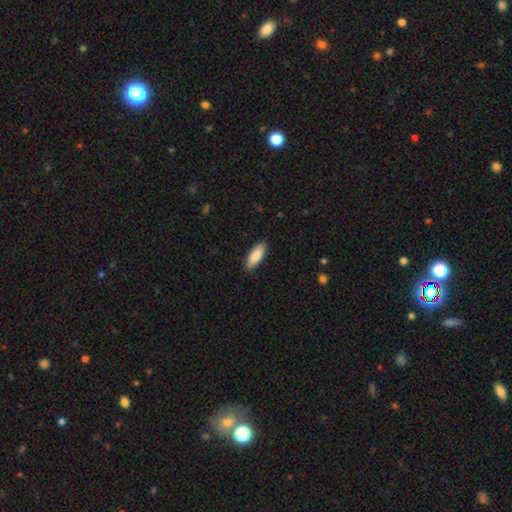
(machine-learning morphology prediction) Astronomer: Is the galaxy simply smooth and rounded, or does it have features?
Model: smooth — 88%.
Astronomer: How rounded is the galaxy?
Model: in between — 69%.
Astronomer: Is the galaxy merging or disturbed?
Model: none — 88%.